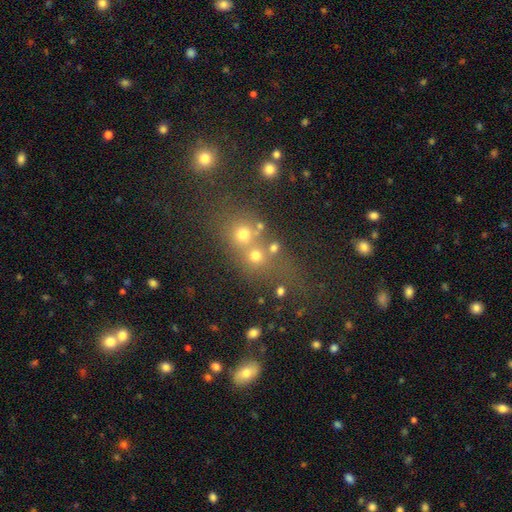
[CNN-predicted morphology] A smooth galaxy with no disk features (60%) that is round (78%). Merging: none (44%).